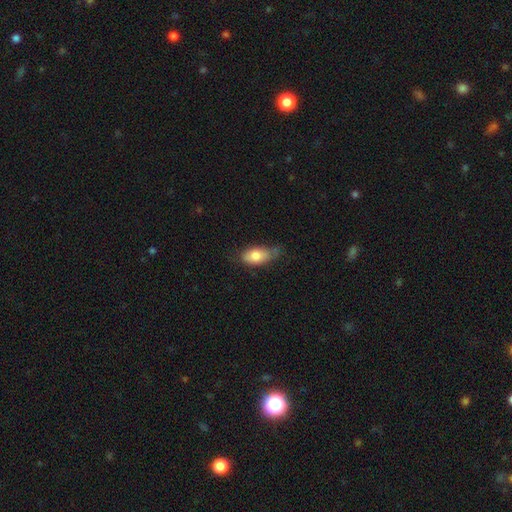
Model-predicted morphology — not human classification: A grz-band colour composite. It shows a smooth galaxy with no disk features (78%) that is in between round and cigar-shaped (90%). Merging: none (47%).